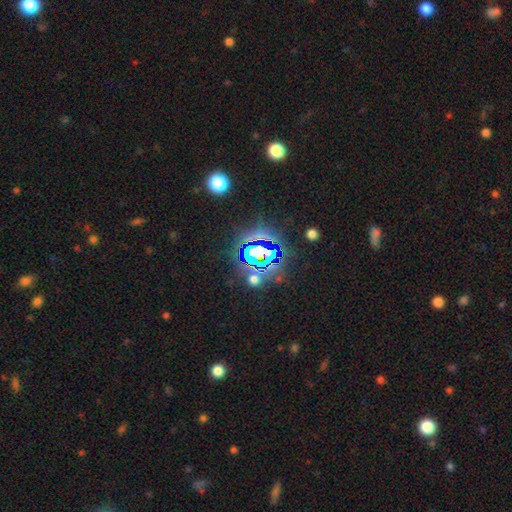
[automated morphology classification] Overall: star or artifact (78%).